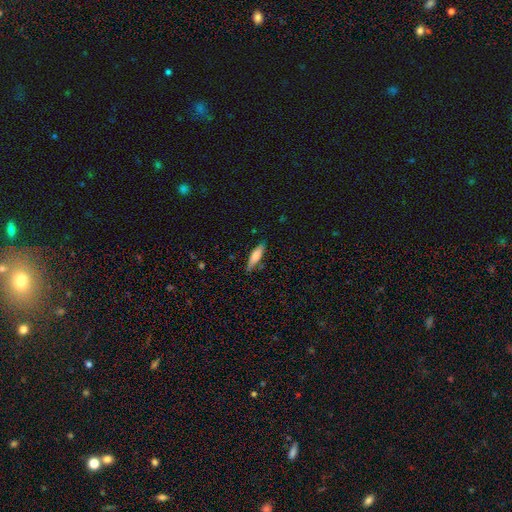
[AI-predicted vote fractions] Q: Smooth or featured?
A: smooth (71%); runner-up: featured or disk (23%)
Q: How rounded?
A: cigar-shaped (55%); runner-up: in between (44%)
Q: Merging?
A: none (80%); runner-up: minor disturbance (15%)